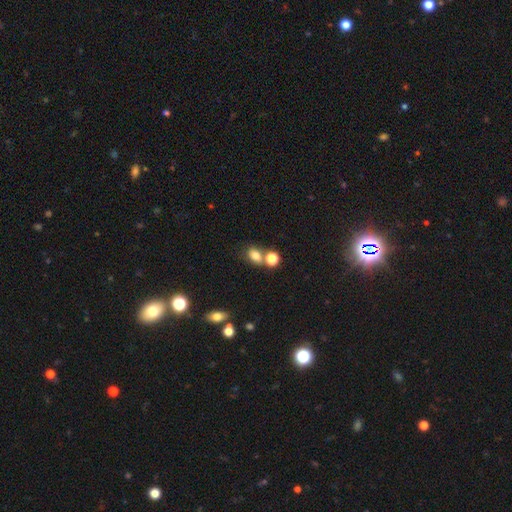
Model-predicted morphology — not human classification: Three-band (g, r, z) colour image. It shows a smooth galaxy with no disk features (78%) that is in between round and cigar-shaped (70%). Merging: none (52%).